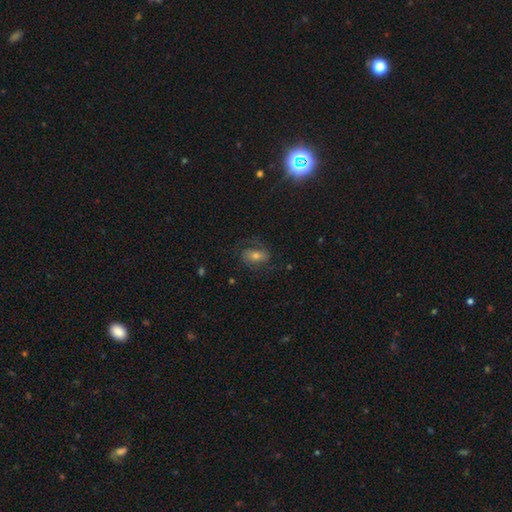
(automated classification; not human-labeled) Smooth or featured: featured or disk — 51% (smooth — 30%)
Edge-on disk: no — 93% (yes — 7%)
Merging: none — 70% (minor disturbance — 16%)